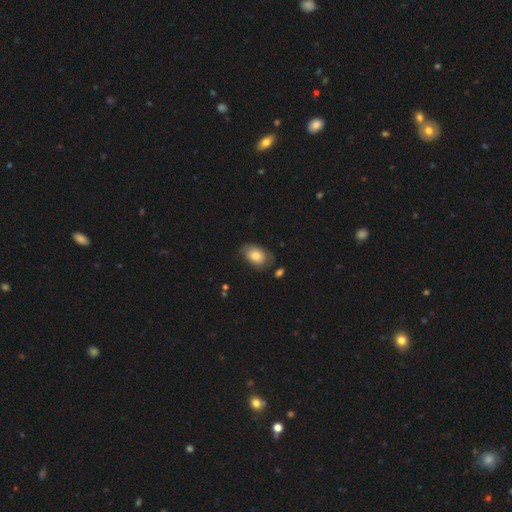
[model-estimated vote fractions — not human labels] Overall: smooth (69%). How rounded: in between (85%). Merging: none (61%; minor disturbance 27%).